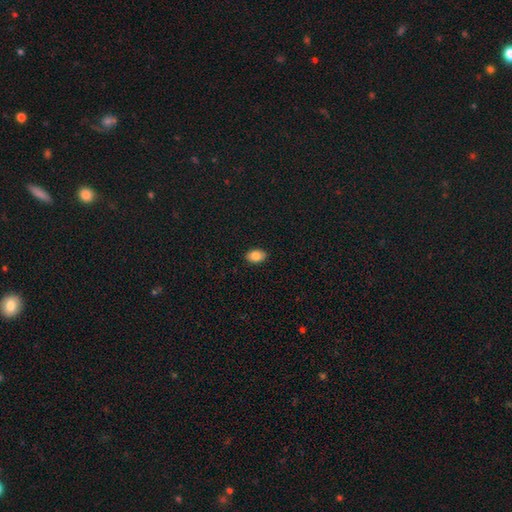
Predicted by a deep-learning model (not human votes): Smooth or featured? smooth (84%)
How rounded? in between (85%)
Merging? none (89%)